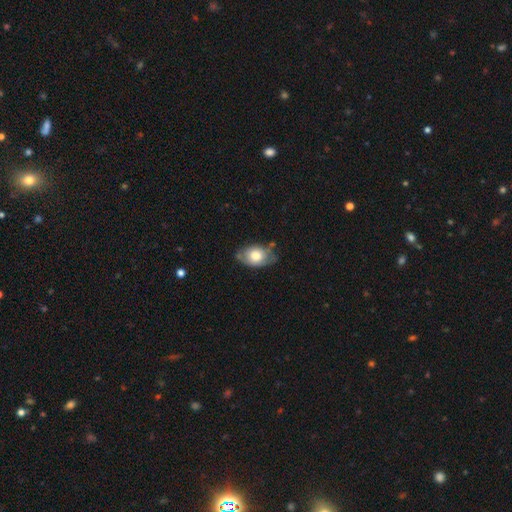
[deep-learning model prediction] Q: Smooth or featured?
A: smooth (65%); runner-up: featured or disk (29%)
Q: How rounded?
A: in between (86%); runner-up: round (12%)
Q: Merging?
A: none (60%); runner-up: minor disturbance (30%)